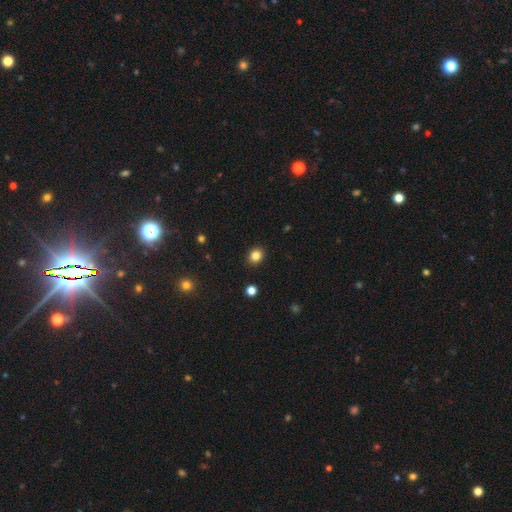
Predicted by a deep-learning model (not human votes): Smooth or featured? smooth (83%)
How rounded? round (75%)
Merging? none (91%)